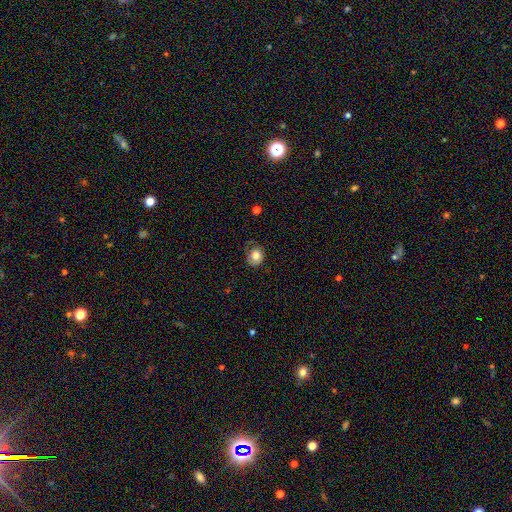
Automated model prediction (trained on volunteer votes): Overall: smooth (77%). How rounded: round (68%; in between 31%). Merging: none (61%; minor disturbance 26%).